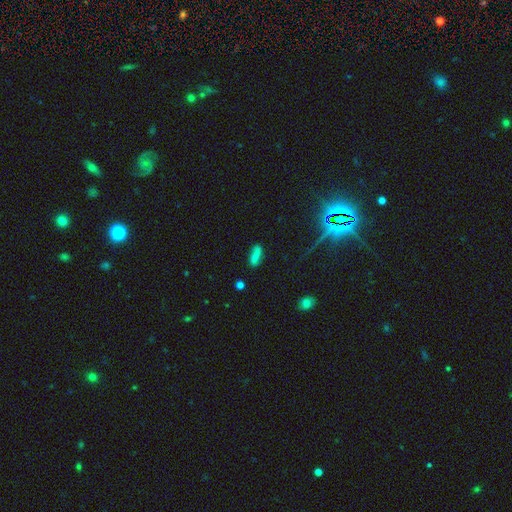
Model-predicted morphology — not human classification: The model was most divided on "how rounded": in between: 53%, cigar-shaped: 44%, round: 4%. More confident: merging — none (75%); smooth or featured — smooth (70%).